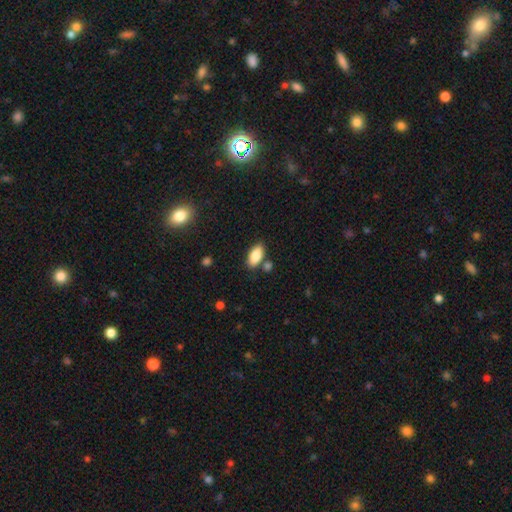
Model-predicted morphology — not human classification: Smooth or featured? smooth (86%)
How rounded? in between (91%)
Merging? none (78%)